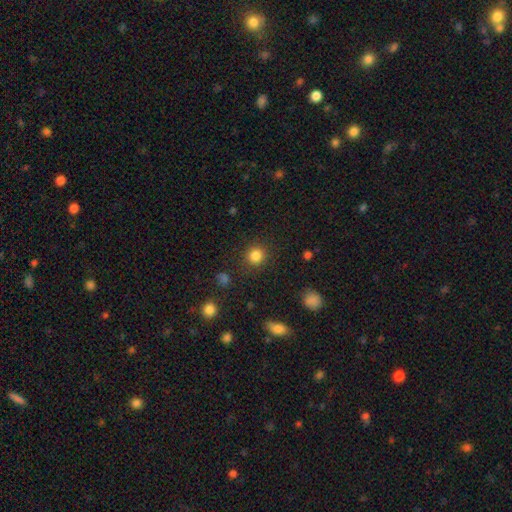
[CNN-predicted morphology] This is clearly a smooth galaxy (84%). How rounded: clearly round (90%). Merging: clearly none (88%).